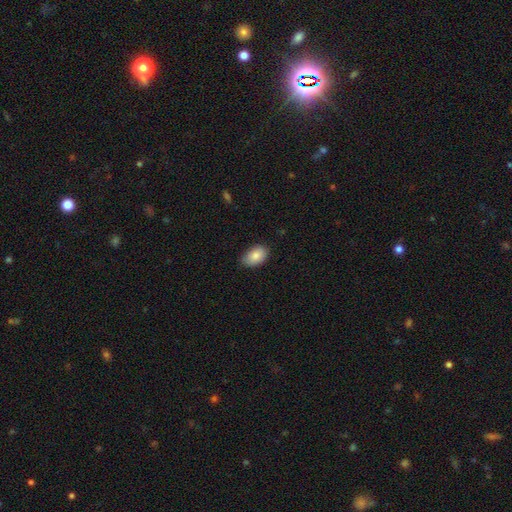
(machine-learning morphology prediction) smooth-or-featured: smooth: 85% | featured or disk: 8% | star or artifact: 7%
  how-rounded: in between: 91% | round: 8% | cigar-shaped: 1%
  merging: none: 77% | minor disturbance: 19% | major disturbance: 2% | merger: 1%